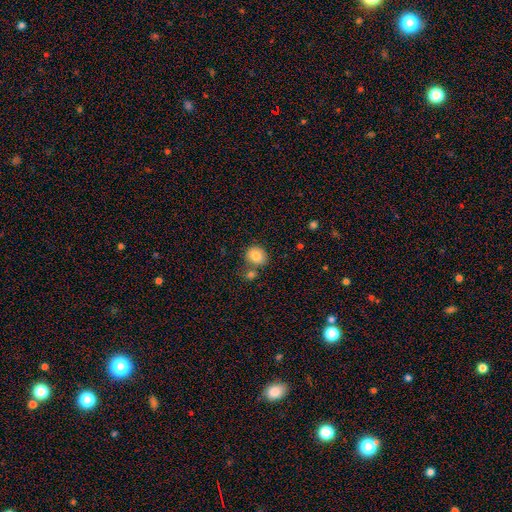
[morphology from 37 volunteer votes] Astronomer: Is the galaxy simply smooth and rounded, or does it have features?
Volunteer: smooth — 97%.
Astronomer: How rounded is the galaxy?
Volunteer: round — 72%.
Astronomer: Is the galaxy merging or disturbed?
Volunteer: none — 44% (runner-up: merger, 36%).